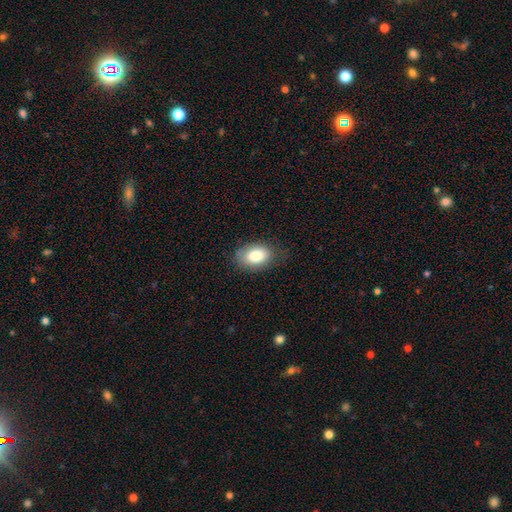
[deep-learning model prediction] Smooth or featured?
  - smooth: 83% *
  - featured or disk: 9%
  - star or artifact: 7%
How rounded?
  - in between: 88% *
  - round: 11%
  - cigar-shaped: 1%
Merging?
  - none: 76% *
  - minor disturbance: 18%
  - major disturbance: 5%
  - merger: 1%